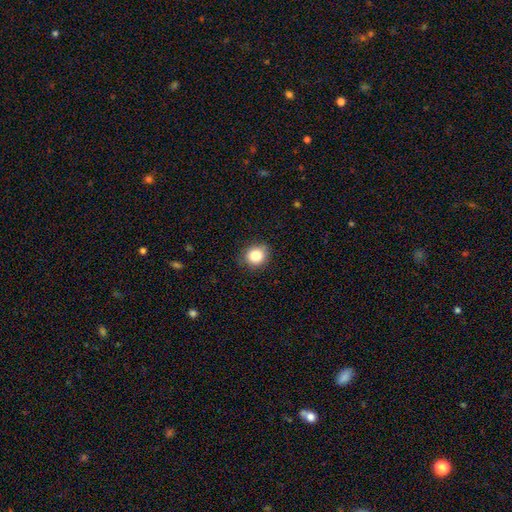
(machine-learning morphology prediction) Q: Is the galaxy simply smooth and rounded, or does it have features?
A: smooth — 84%.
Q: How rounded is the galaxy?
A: round — 82%.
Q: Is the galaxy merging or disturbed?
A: none — 86%.